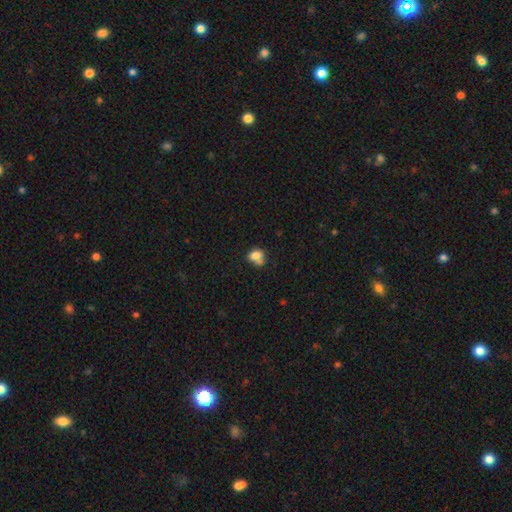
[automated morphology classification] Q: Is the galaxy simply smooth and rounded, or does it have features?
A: smooth — 76%.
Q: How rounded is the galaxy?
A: round — 50%.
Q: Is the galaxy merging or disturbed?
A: none — 40%.